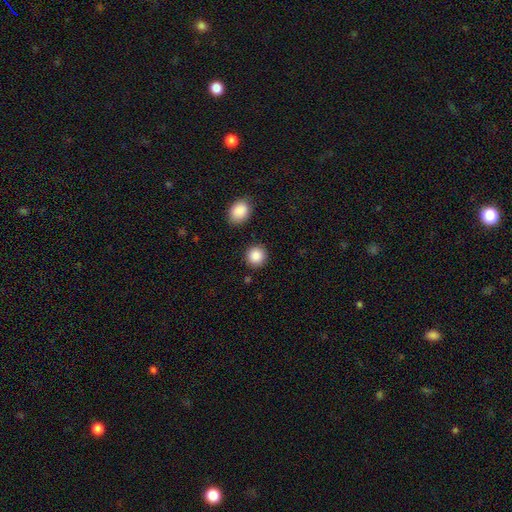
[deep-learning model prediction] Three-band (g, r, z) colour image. It shows a smooth galaxy with no disk features (88%) that is round (92%). Merging: none (88%).